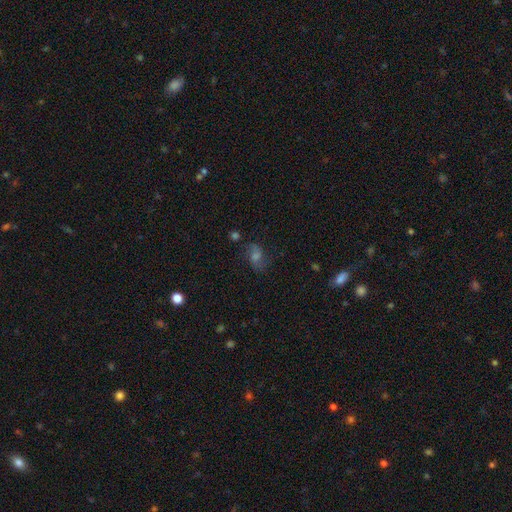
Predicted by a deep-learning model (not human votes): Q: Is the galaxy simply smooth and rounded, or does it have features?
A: featured or disk — 46%.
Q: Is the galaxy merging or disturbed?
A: none — 72%.